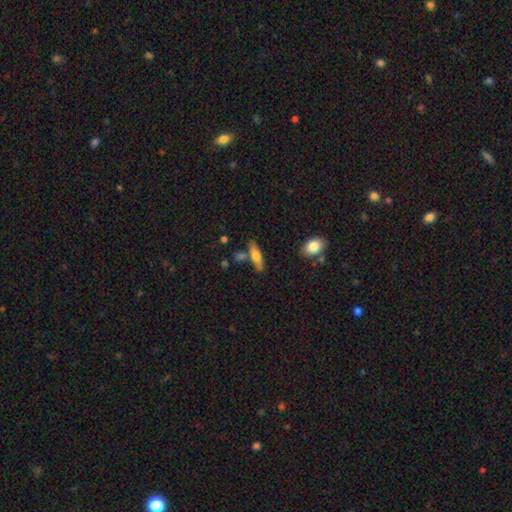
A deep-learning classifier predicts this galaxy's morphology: The model was most divided on "smooth or featured": smooth: 57%, featured or disk: 37%, star or artifact: 7%. More confident: merging — none (68%); how rounded — cigar-shaped (64%).